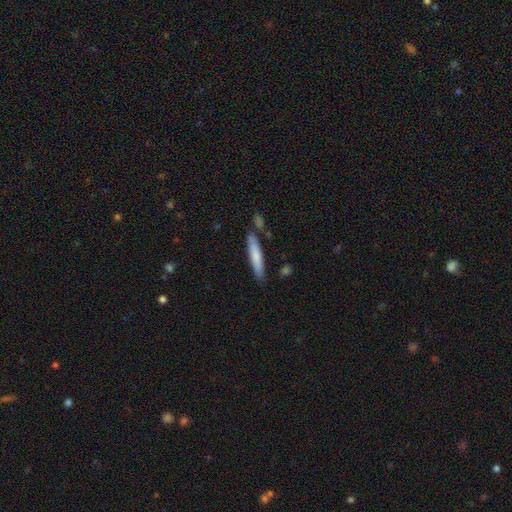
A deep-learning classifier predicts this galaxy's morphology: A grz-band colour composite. It shows a smooth galaxy with no disk features (74%) that is cigar-shaped (89%). Merging: none (80%).